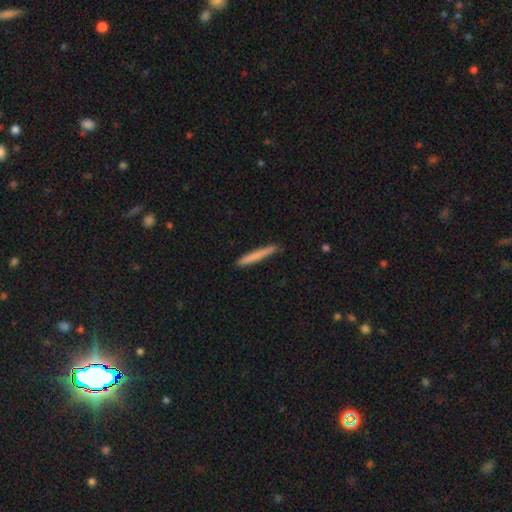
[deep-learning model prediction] Q: Smooth or featured?
A: smooth (77%); runner-up: featured or disk (18%)
Q: How rounded?
A: cigar-shaped (97%); runner-up: in between (2%)
Q: Merging?
A: none (87%); runner-up: minor disturbance (10%)